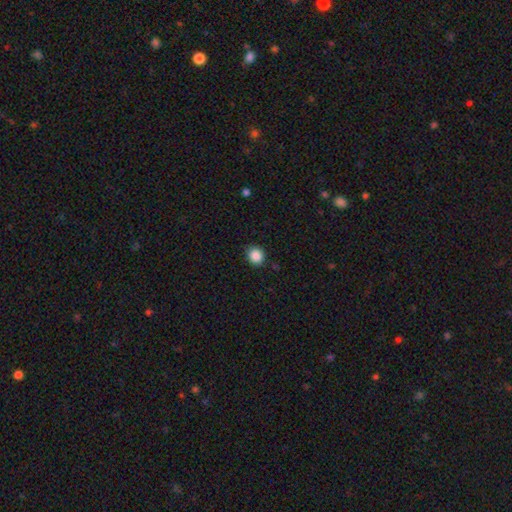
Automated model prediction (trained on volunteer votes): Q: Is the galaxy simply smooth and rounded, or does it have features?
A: smooth — 87%.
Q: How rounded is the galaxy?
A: round — 83%.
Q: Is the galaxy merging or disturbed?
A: none — 88%.